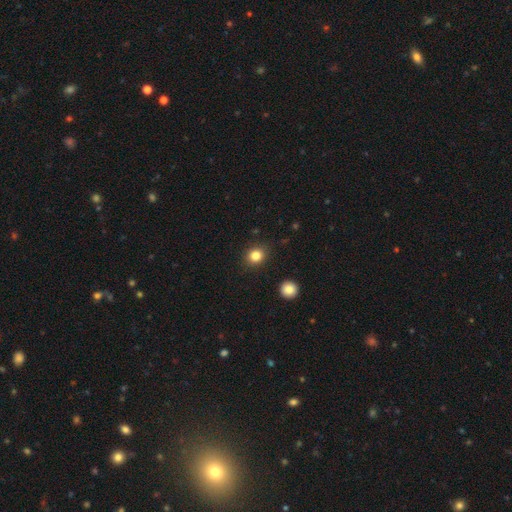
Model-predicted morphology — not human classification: Smooth or featured? smooth (84%)
How rounded? round (71%)
Merging? none (88%)